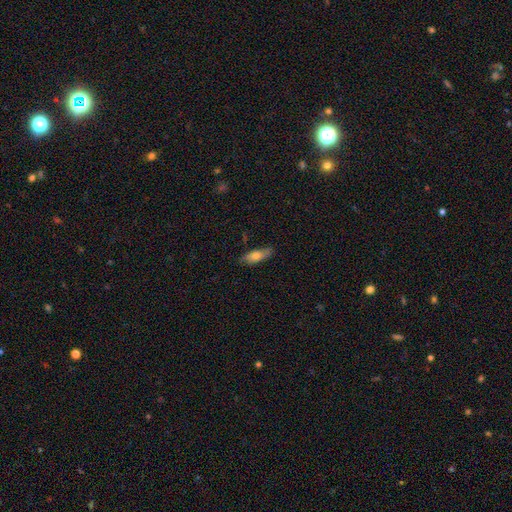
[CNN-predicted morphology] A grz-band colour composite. It shows a smooth galaxy with no disk features (69%) that is in between round and cigar-shaped (60%). Merging: none (78%).